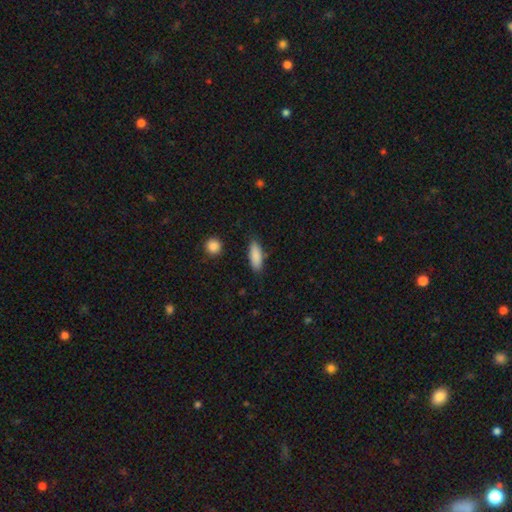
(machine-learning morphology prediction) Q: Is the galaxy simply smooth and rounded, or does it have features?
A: smooth — 87%.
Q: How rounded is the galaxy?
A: in between — 67%.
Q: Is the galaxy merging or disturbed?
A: none — 83%.